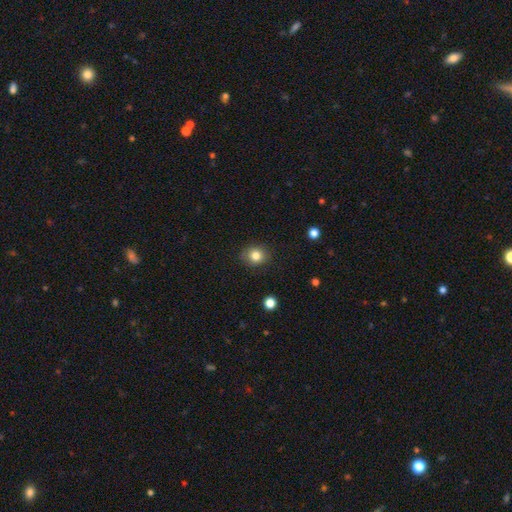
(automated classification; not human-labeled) Morphology: type=smooth (82%); roundness=round (72%); merging=none (86%).